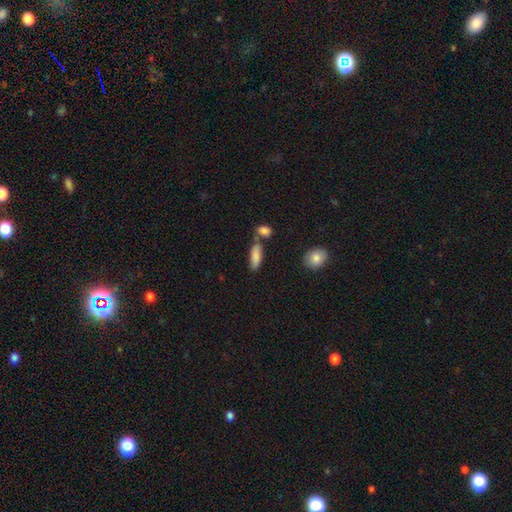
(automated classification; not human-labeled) Smooth or featured: smooth — 83% (featured or disk — 10%)
How rounded: in between — 63% (cigar-shaped — 34%)
Merging: none — 59% (merger — 22%)